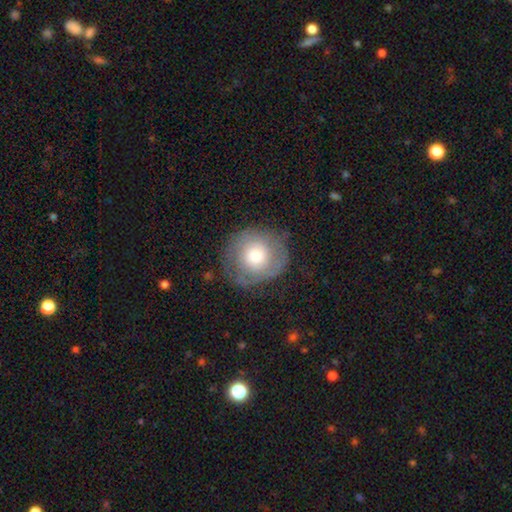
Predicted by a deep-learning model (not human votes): Smooth or featured? smooth (51%)
How rounded? round (88%)
Merging? none (72%)